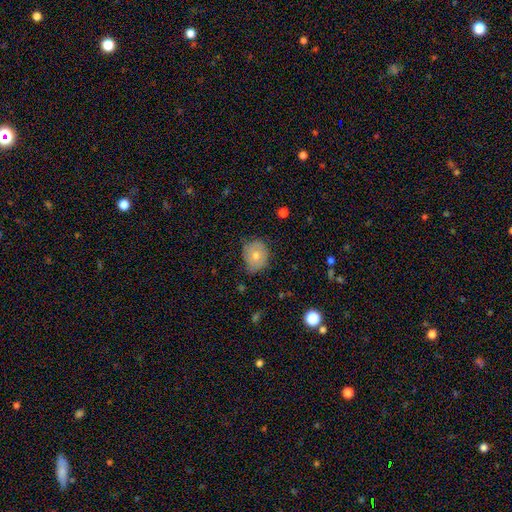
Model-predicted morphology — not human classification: smooth_or_featured: smooth (p=0.59) [alt: featured or disk p=0.31]
how_rounded: round (p=0.64) [alt: in between p=0.35]
merging: none (p=0.71) [alt: minor disturbance p=0.23]